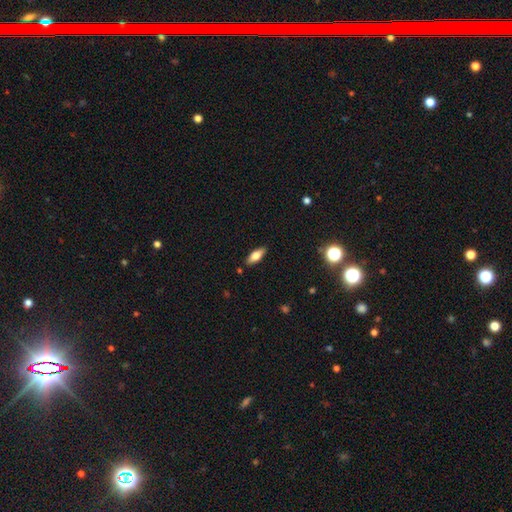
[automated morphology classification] smooth_or_featured: smooth (p=0.68) [alt: featured or disk p=0.25]
how_rounded: in between (p=0.71) [alt: cigar-shaped p=0.26]
merging: none (p=0.87) [alt: minor disturbance p=0.09]